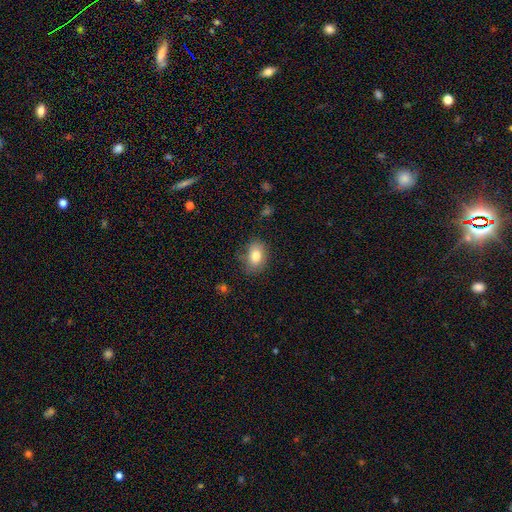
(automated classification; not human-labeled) A smooth galaxy with no disk features (80%) that is in between round and cigar-shaped (72%).

Vote fractions:
- Smooth or featured? smooth: 80% / featured or disk: 10% / star or artifact: 9%
- How rounded? in between: 72% / round: 27% / cigar-shaped: 1%
- Merging? none: 75% / minor disturbance: 19% / major disturbance: 4% / merger: 2%